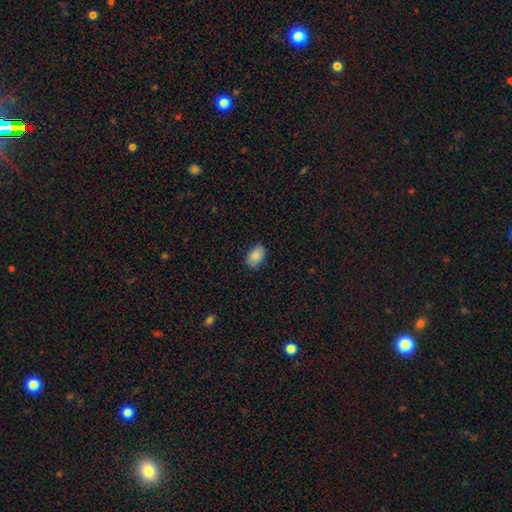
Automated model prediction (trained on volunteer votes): This is clearly a smooth galaxy (87%). How rounded: clearly in between (91%). Merging: clearly none (84%).